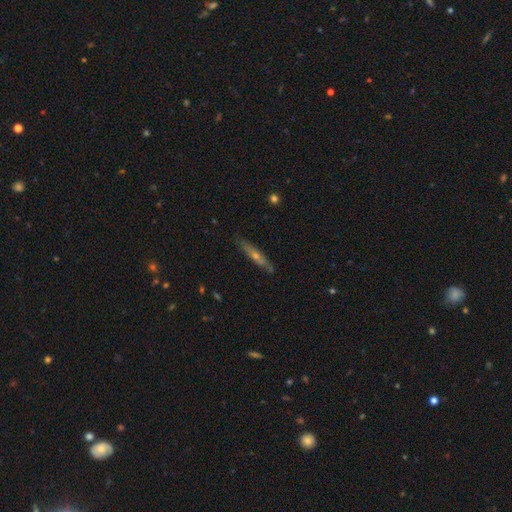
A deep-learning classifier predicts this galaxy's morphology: smooth-or-featured: featured or disk: 60% | smooth: 32% | star or artifact: 8%
  disk-edge-on: yes: 84% | no: 16%
    edge-on-bulge: rounded: 76% | none: 21% | boxy: 3%
  merging: none: 84% | minor disturbance: 13% | major disturbance: 2% | merger: 1%